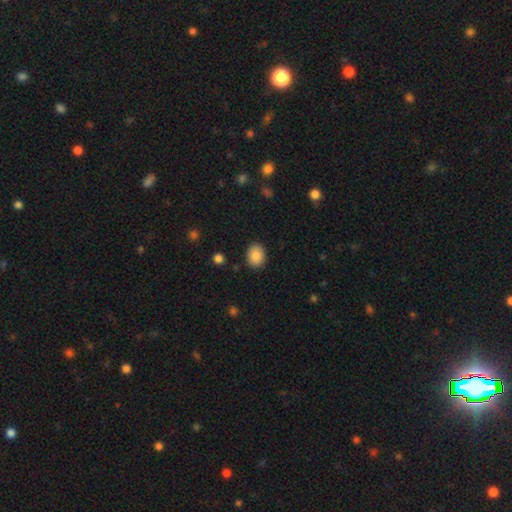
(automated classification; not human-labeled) smooth_or_featured: smooth (p=0.88) [alt: star or artifact p=0.08]
how_rounded: in between (p=0.54) [alt: round p=0.45]
merging: none (p=0.88) [alt: minor disturbance p=0.08]